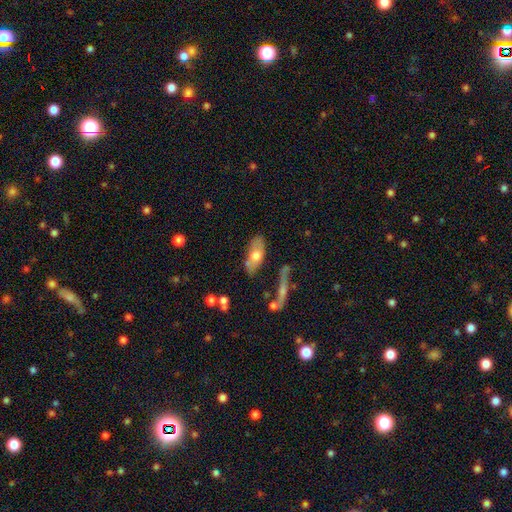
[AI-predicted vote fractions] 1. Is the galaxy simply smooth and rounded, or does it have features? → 59% smooth, 35% featured or disk, 6% star or artifact.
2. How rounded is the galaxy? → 81% in between, 16% cigar-shaped, 4% round.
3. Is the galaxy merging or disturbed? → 68% none, 18% minor disturbance, 9% merger, 5% major disturbance.